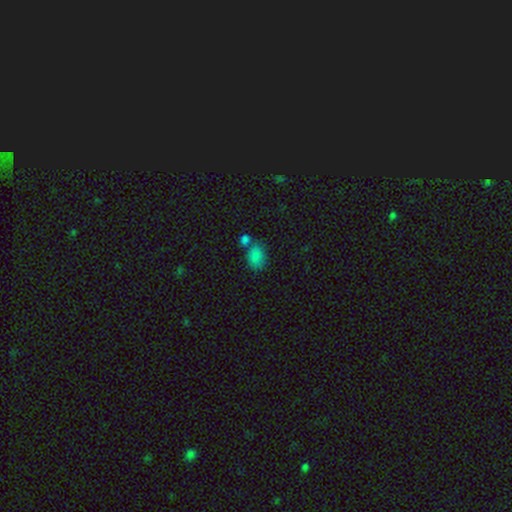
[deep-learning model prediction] Smooth or featured? smooth (84%)
How rounded? in between (77%)
Merging? none (53%)